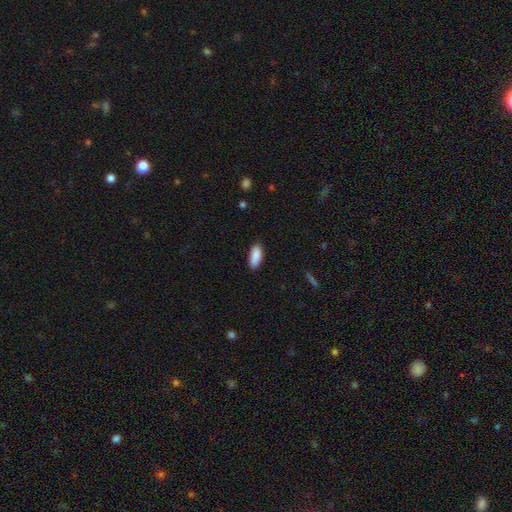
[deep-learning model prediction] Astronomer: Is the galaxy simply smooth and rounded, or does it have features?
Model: smooth — 90%.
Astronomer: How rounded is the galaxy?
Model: in between — 84%.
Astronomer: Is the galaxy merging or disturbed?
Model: none — 87%.